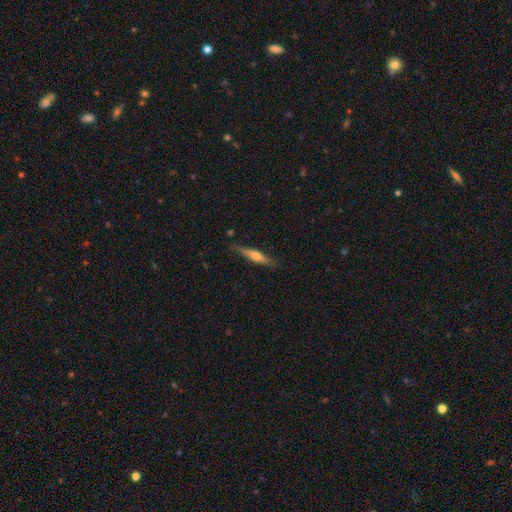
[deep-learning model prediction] Smooth or featured?
  - featured or disk: 59% *
  - smooth: 35%
  - star or artifact: 6%
Edge-on disk?
  - yes: 95% *
  - no: 5%
Edge-on bulge?
  - rounded: 89% *
  - none: 6%
  - boxy: 6%
Merging?
  - none: 81% *
  - minor disturbance: 15%
  - major disturbance: 3%
  - merger: 2%